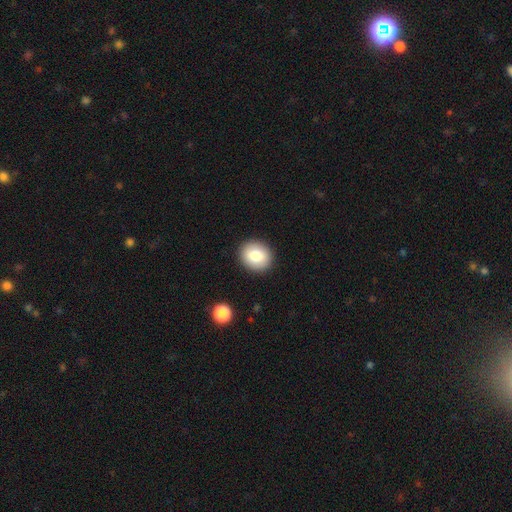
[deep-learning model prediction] smooth_or_featured: smooth (p=0.82) [alt: featured or disk p=0.10]
how_rounded: round (p=0.66) [alt: in between p=0.33]
merging: none (p=0.91) [alt: minor disturbance p=0.06]